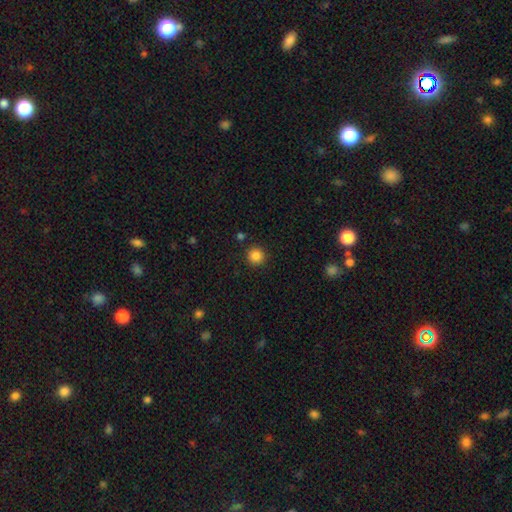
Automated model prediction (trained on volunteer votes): A smooth galaxy with no disk features (85%) that is round (94%).

Vote fractions:
- Smooth or featured? smooth: 85% / star or artifact: 11% / featured or disk: 4%
- How rounded? round: 94% / in between: 5% / cigar-shaped: 1%
- Merging? none: 90% / minor disturbance: 6% / merger: 2% / major disturbance: 2%